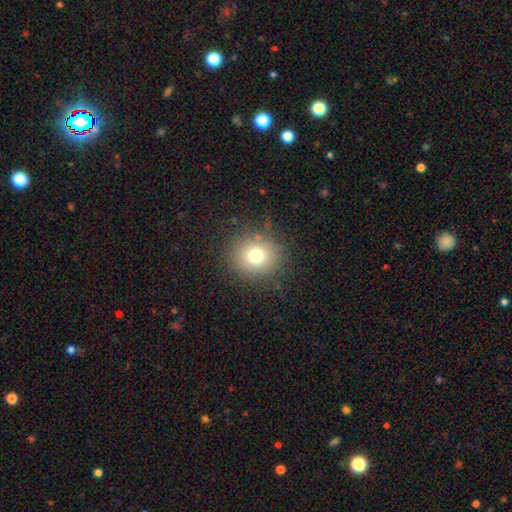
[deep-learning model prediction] A smooth galaxy with no disk features (74%) that is round (87%).

Vote fractions:
- Smooth or featured? smooth: 74% / star or artifact: 15% / featured or disk: 11%
- How rounded? round: 87% / in between: 12% / cigar-shaped: 1%
- Merging? none: 84% / minor disturbance: 10% / major disturbance: 5% / merger: 1%